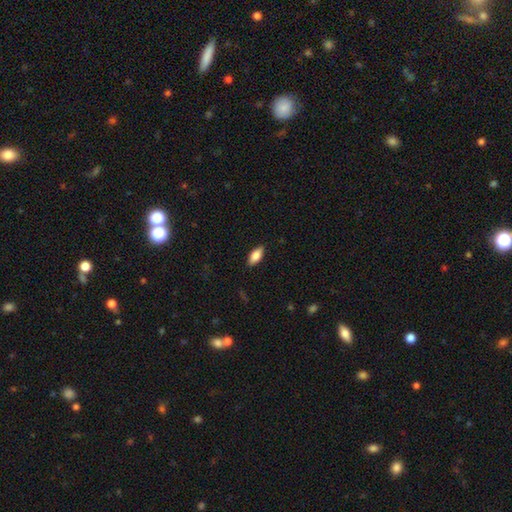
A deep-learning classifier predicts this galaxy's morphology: A smooth galaxy with no disk features (77%) that is in between round and cigar-shaped (86%). Merging: none (87%).